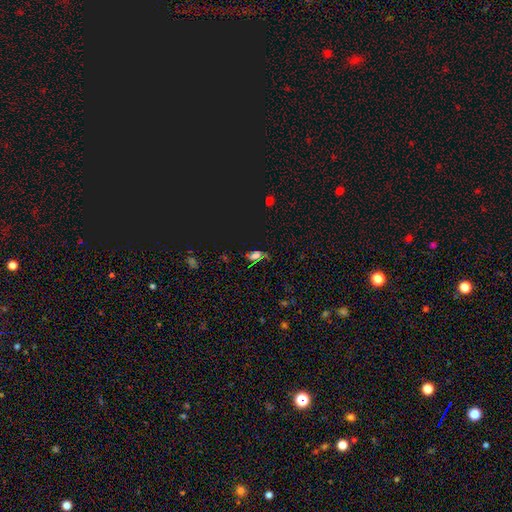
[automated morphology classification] smooth_or_featured: smooth (p=0.44) [alt: star or artifact p=0.42]
merging: none (p=0.65) [alt: minor disturbance p=0.20]